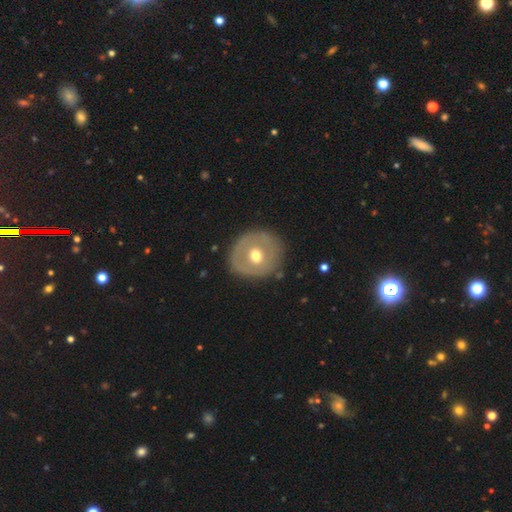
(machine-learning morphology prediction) Smooth or featured?
  - smooth: 48% *
  - featured or disk: 46%
  - star or artifact: 6%
Merging?
  - none: 80% *
  - minor disturbance: 13%
  - major disturbance: 5%
  - merger: 2%